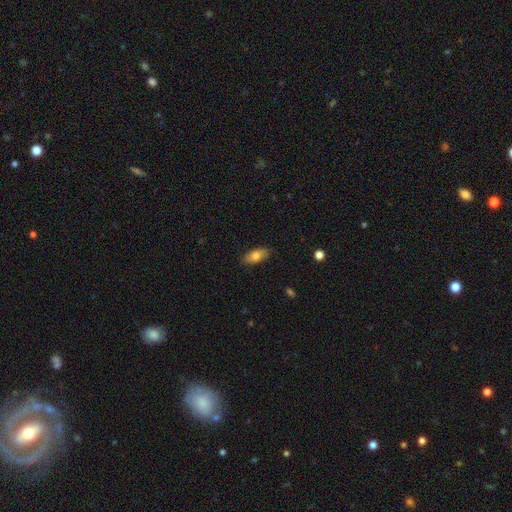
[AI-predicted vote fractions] This appears to be a smooth galaxy with no disk features (77%) that is in between round and cigar-shaped (87%). Merging: none (87%).